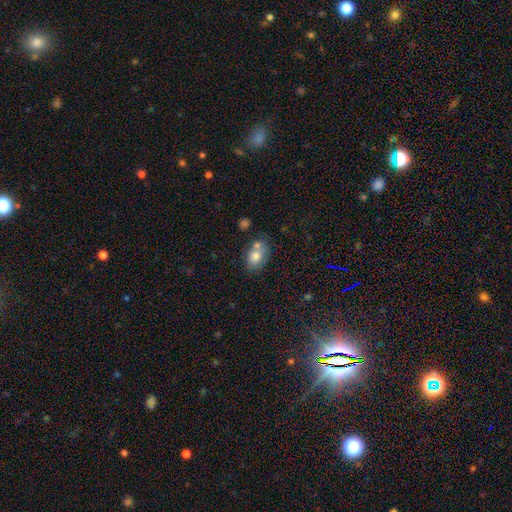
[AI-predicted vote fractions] Smooth or featured? smooth (75%)
How rounded? in between (77%)
Merging? none (50%)